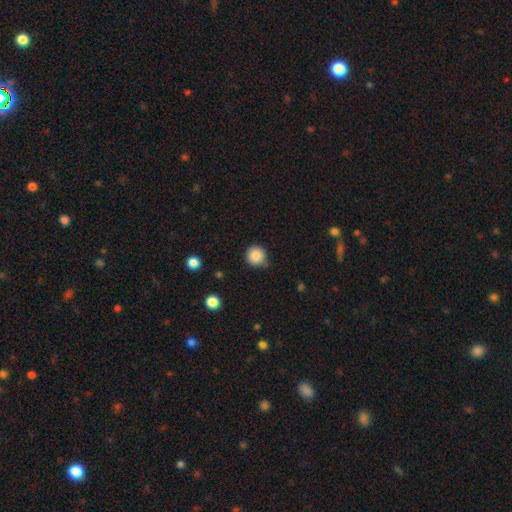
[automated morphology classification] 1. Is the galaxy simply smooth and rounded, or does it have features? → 87% smooth, 10% star or artifact, 3% featured or disk.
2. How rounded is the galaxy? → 94% round, 5% in between, 1% cigar-shaped.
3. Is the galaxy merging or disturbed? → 81% none, 14% minor disturbance, 3% major disturbance, 2% merger.